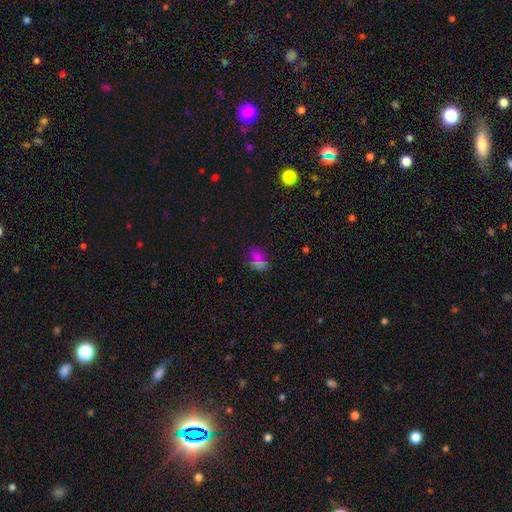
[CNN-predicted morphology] Smooth or featured? smooth (58%)
How rounded? in between (59%)
Merging? none (59%)